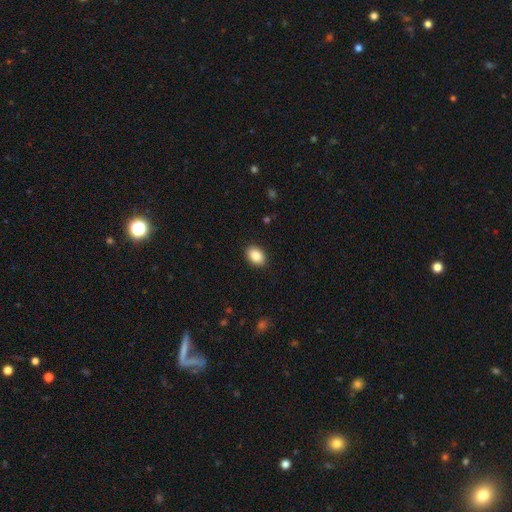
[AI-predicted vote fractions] smooth-or-featured: smooth: 89% | star or artifact: 7% | featured or disk: 4%
  how-rounded: in between: 83% | round: 16% | cigar-shaped: 1%
  merging: none: 90% | minor disturbance: 7% | major disturbance: 2% | merger: 1%